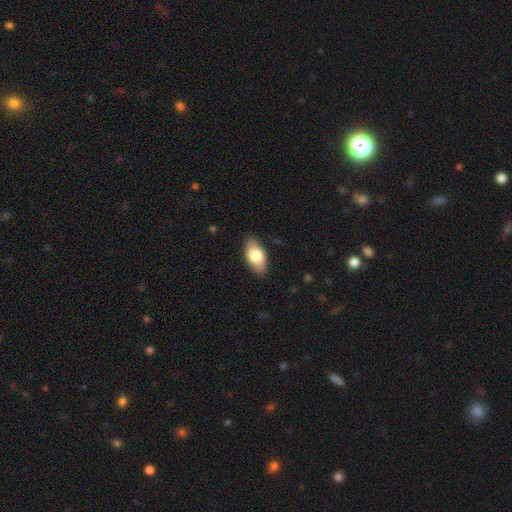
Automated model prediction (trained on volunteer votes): smooth 75%, featured or disk 19%, star or artifact 6%. Down the decision tree: how rounded — in between (92%); merging — none (85%).